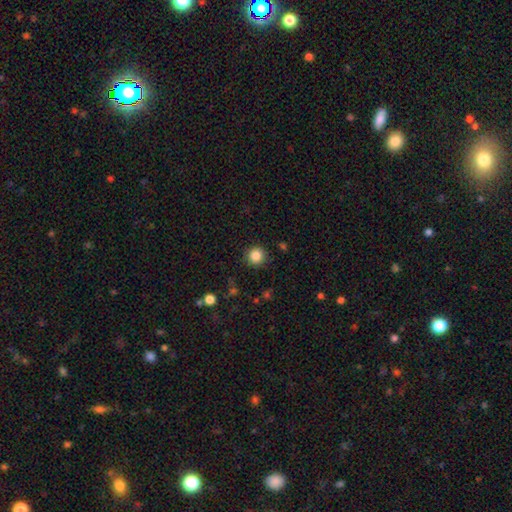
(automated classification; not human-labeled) Smooth or featured? Predicted: smooth (p=0.85). How rounded? Predicted: round (p=0.94). Merging? Predicted: none (p=0.90).